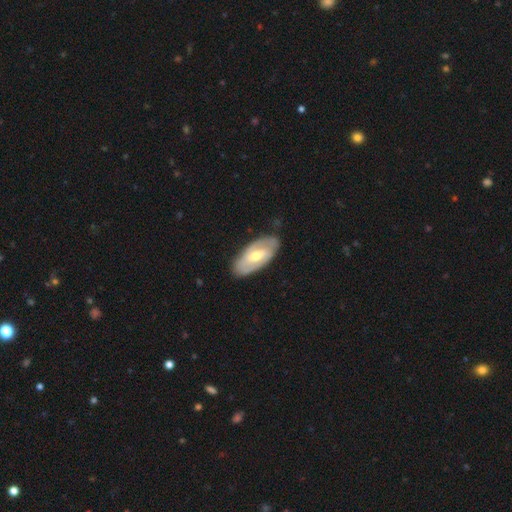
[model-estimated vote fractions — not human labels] The model was most divided on "bar": weak: 47%, no: 27%, strong: 26%. More confident: edge-on disk — no (91%); merging — none (81%); spiral arms — yes (75%); smooth or featured — featured or disk (71%); bulge size — moderate (69%).